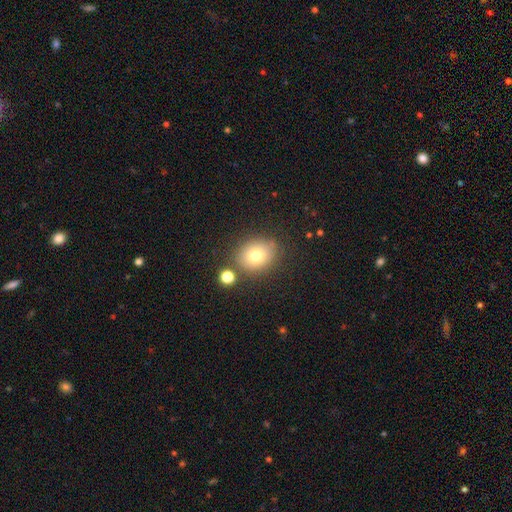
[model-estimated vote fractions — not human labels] Smooth or featured: smooth — 76% (star or artifact — 12%)
How rounded: round — 61% (in between — 38%)
Merging: none — 76% (minor disturbance — 12%)